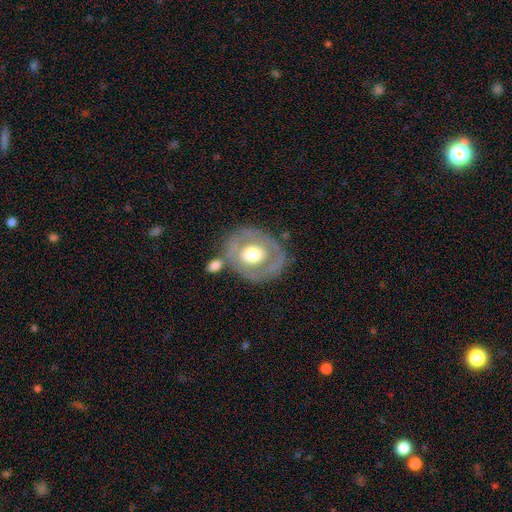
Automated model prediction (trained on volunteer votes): This is likely a featured or disk galaxy (64%). It is clearly not viewed edge-on (94%). Bar: likely no (77%). Spiral arm pattern: likely no (71%). Central bulge: possibly moderate (59%). Merging: likely none (68%).